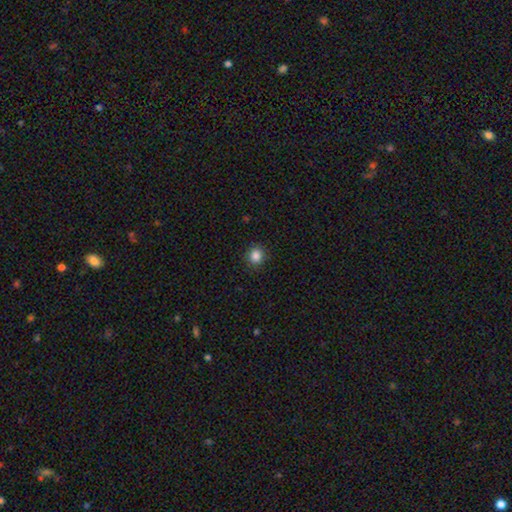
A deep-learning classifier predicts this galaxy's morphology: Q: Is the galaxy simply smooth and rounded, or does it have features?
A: smooth — 85%.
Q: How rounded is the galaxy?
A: round — 89%.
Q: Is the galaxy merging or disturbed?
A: none — 91%.